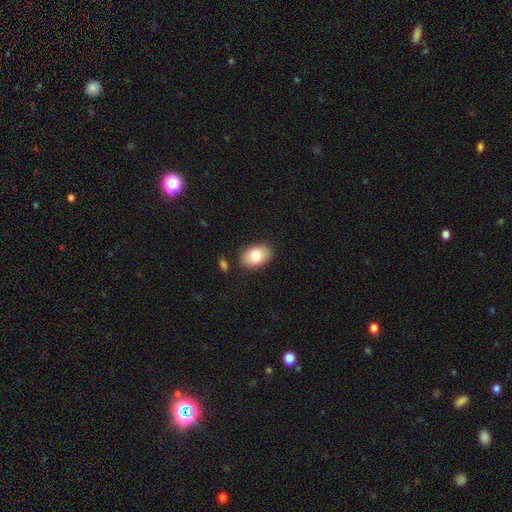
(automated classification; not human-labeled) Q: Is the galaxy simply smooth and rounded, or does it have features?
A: smooth — 77%.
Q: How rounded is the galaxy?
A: in between — 87%.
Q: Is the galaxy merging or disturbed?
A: none — 84%.